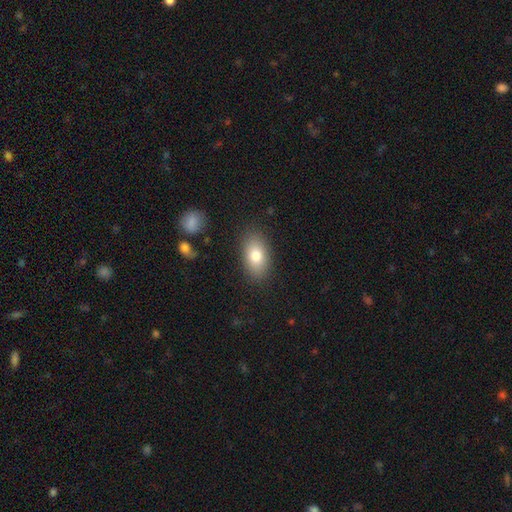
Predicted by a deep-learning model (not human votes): smooth 80%, featured or disk 12%, star or artifact 8%. Down the decision tree: how rounded — in between (91%); merging — none (85%).